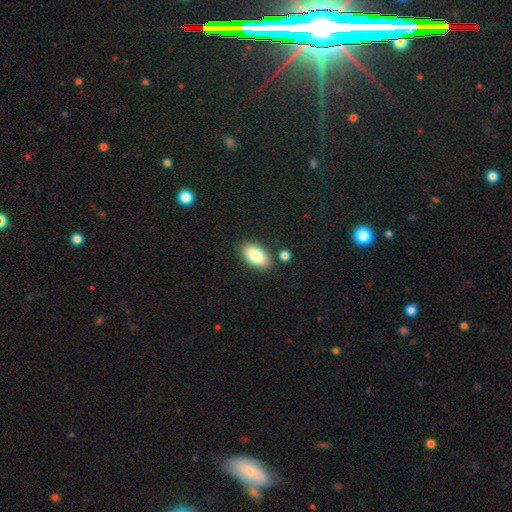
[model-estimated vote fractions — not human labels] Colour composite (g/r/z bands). It shows a smooth galaxy with no disk features (81%) that is in between round and cigar-shaped (93%). Merging: none (83%).